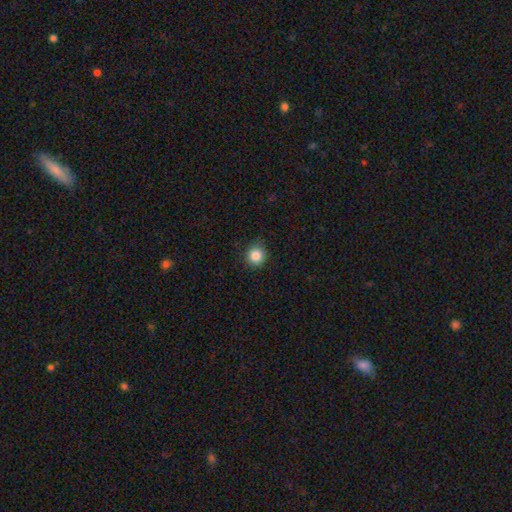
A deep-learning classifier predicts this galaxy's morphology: type=smooth (85%); roundness=round (91%); merging=none (85%).